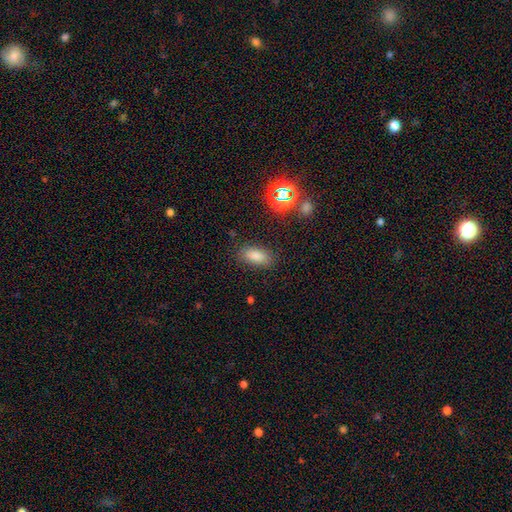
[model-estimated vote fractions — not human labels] Q: Smooth or featured?
A: smooth (79%); runner-up: star or artifact (15%)
Q: How rounded?
A: in between (85%); runner-up: cigar-shaped (9%)
Q: Merging?
A: none (84%); runner-up: minor disturbance (10%)